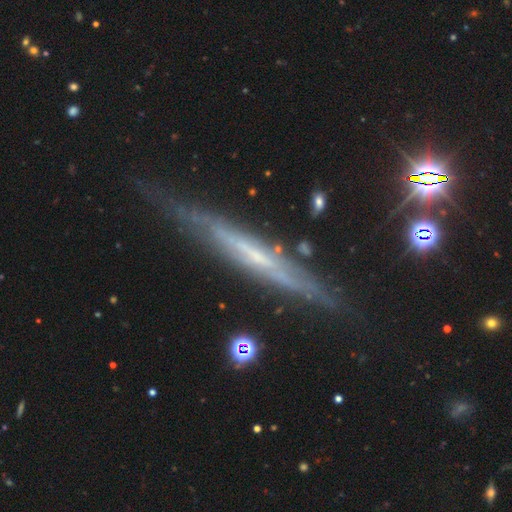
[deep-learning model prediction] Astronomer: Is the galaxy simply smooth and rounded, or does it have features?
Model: featured or disk — 74%.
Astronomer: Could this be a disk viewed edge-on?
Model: yes — 91%.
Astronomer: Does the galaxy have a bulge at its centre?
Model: none — 73%.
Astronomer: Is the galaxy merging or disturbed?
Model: none — 76%.